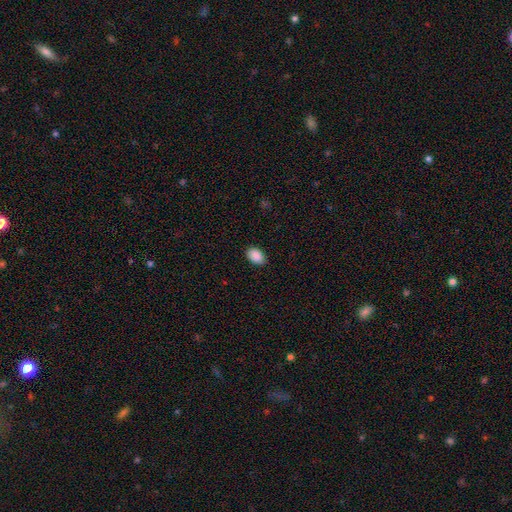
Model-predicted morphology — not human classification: Smooth or featured?
  - smooth: 90% *
  - star or artifact: 7%
  - featured or disk: 3%
How rounded?
  - in between: 88% *
  - round: 11%
  - cigar-shaped: 1%
Merging?
  - none: 88% *
  - minor disturbance: 9%
  - major disturbance: 2%
  - merger: 1%